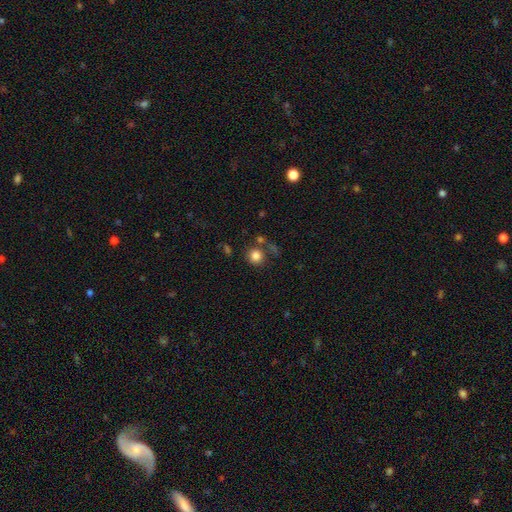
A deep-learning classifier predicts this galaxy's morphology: A smooth galaxy with no disk features (82%) that is round (91%). Merging: none (71%).